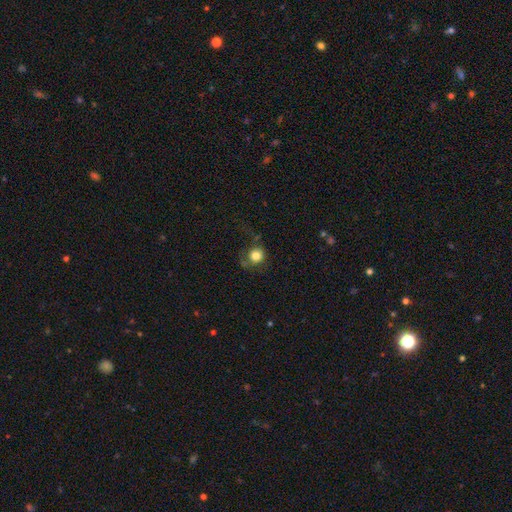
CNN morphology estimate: Smooth or featured? Predicted: smooth (p=0.80). How rounded? Predicted: round (p=0.85). Merging? Predicted: none (p=0.57).